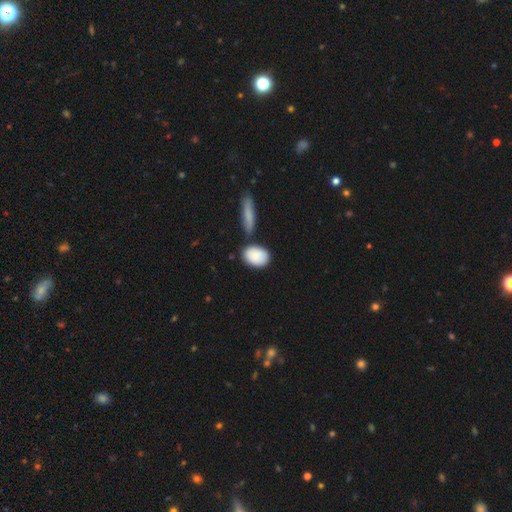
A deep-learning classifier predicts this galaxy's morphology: Smooth or featured? smooth (87%)
How rounded? in between (82%)
Merging? none (63%)